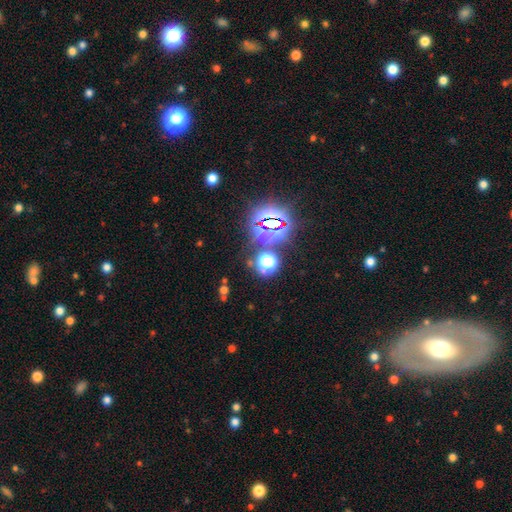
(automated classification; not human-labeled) Smooth or featured?
  - star or artifact: 45% *
  - featured or disk: 29%
  - smooth: 26%